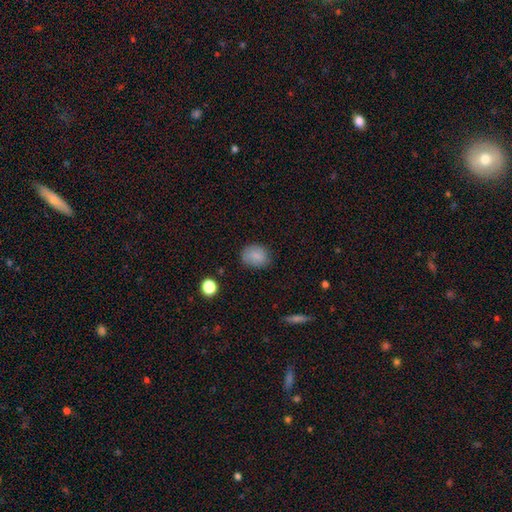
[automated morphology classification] Smooth or featured? Predicted: smooth (p=0.84). How rounded? Predicted: round (p=0.52). Merging? Predicted: none (p=0.79).